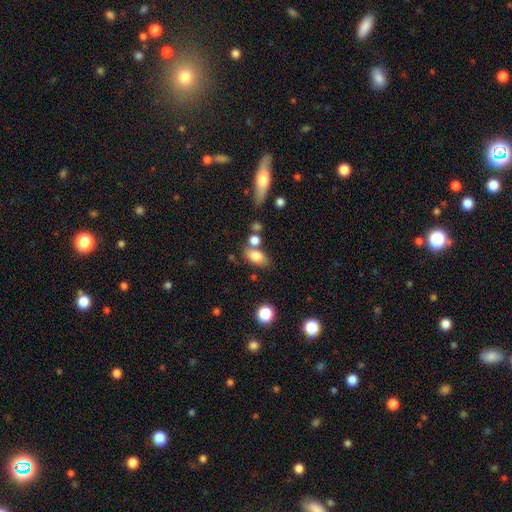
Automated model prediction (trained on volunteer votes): A smooth galaxy with no disk features (77%) that is in between round and cigar-shaped (85%). Merging: none (56%).